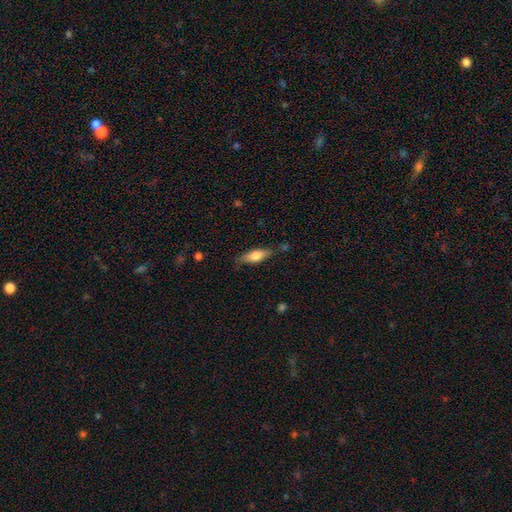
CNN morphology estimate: Overall: smooth (63%; featured or disk 30%). How rounded: in between (58%; cigar-shaped 40%). Merging: none (76%).